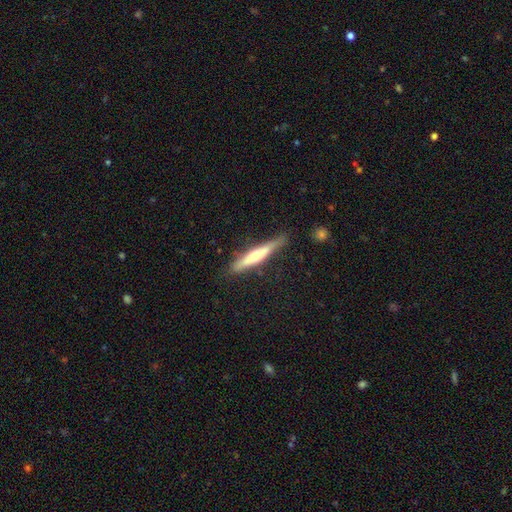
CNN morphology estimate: Smooth or featured? Predicted: featured or disk (p=0.48). Merging? Predicted: none (p=0.77).